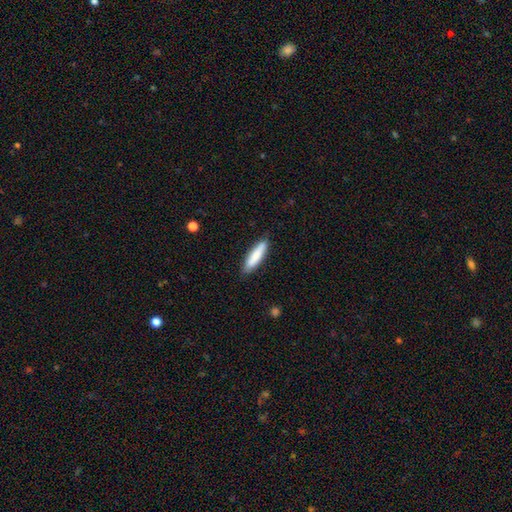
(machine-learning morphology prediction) smooth_or_featured: smooth (p=0.83) [alt: featured or disk p=0.12]
how_rounded: cigar-shaped (p=0.76) [alt: in between p=0.23]
merging: none (p=0.85) [alt: minor disturbance p=0.12]